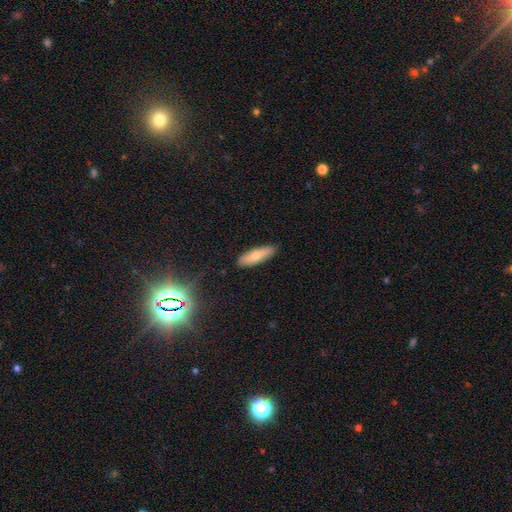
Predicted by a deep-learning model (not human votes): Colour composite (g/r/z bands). It shows a smooth galaxy with no disk features (68%) that is cigar-shaped (61%). Merging: none (86%).